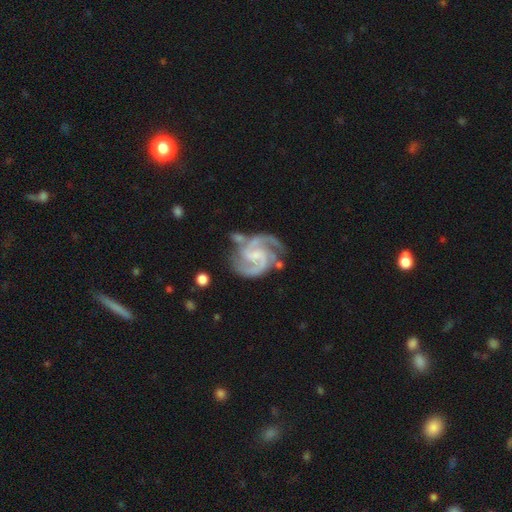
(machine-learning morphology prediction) This is clearly a featured or disk galaxy (93%). It is clearly not viewed edge-on (98%). Bar: possibly weak (49%). Spiral arm pattern: clearly yes (99%). Spiral arm count: possibly 2 (55%). Spiral winding: possibly medium (53%). Central bulge: possibly small (54%). Merging: likely none (61%).